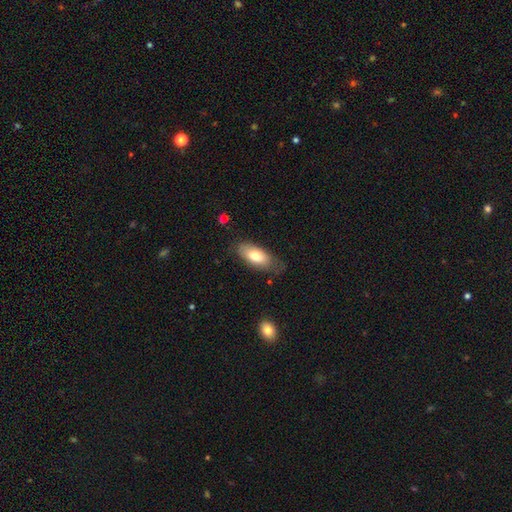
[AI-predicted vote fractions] The model was most divided on "merging": none: 68%, minor disturbance: 23%, major disturbance: 7%, merger: 2%. More confident: how rounded — in between (87%); smooth or featured — smooth (74%).